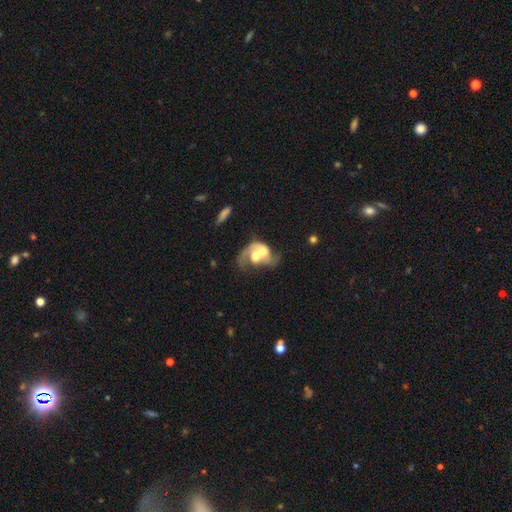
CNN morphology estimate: Smooth or featured?
  - featured or disk: 63% *
  - smooth: 30%
  - star or artifact: 7%
Edge-on disk?
  - no: 97% *
  - yes: 3%
Bar?
  - no: 75% *
  - weak: 20%
  - strong: 5%
Spiral arms?
  - yes: 68% *
  - no: 32%
Bulge size?
  - moderate: 56% *
  - large: 25%
  - small: 11%
  - none: 5%
  - dominant: 3%
Merging?
  - merger: 76% *
  - major disturbance: 11%
  - none: 8%
  - minor disturbance: 5%